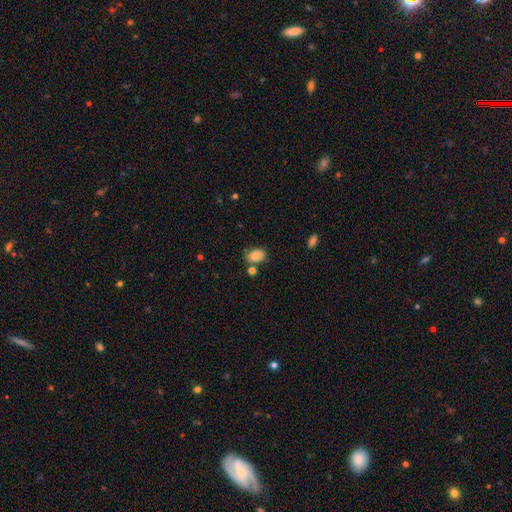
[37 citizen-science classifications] Overall: smooth (89%). How rounded: in between (73%). Merging: none (76%).